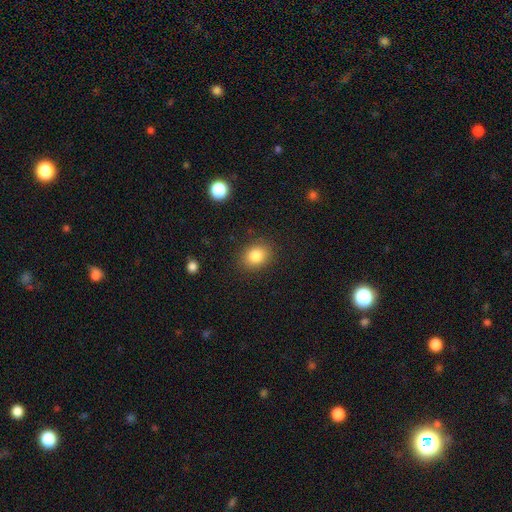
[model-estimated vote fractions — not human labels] Overall: smooth (84%). How rounded: round (51%; in between 48%). Merging: none (86%).